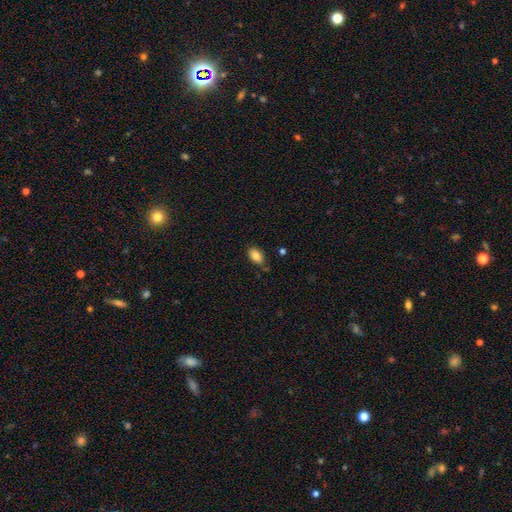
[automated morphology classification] Q: Smooth or featured?
A: smooth (86%); runner-up: star or artifact (8%)
Q: How rounded?
A: in between (90%); runner-up: round (8%)
Q: Merging?
A: none (80%); runner-up: minor disturbance (14%)